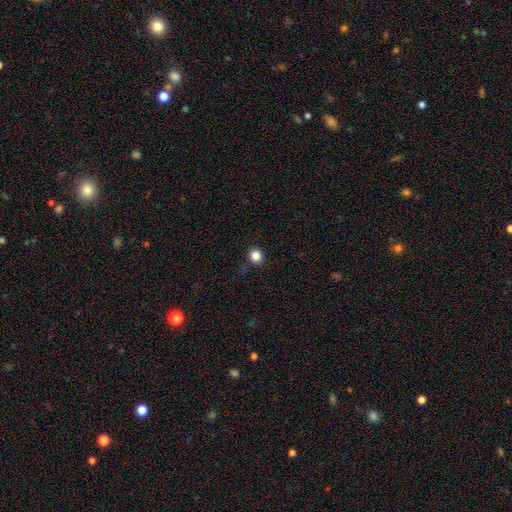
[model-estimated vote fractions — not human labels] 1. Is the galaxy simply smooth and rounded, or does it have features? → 85% smooth, 12% star or artifact, 4% featured or disk.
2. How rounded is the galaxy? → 90% round, 9% in between, 1% cigar-shaped.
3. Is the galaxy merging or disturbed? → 90% none, 7% minor disturbance, 2% major disturbance, 1% merger.